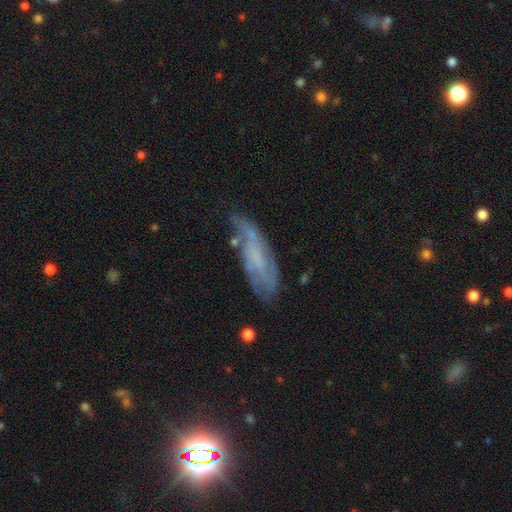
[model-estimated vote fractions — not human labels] Overall: featured or disk (57%; smooth 32%). Edge-on disk: no (77%). Merging: none (49%; minor disturbance 30%).